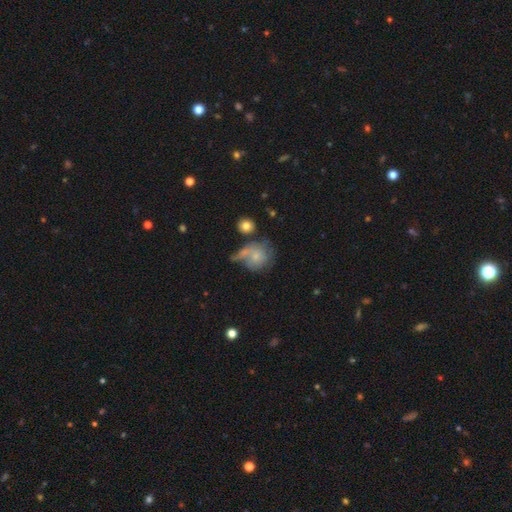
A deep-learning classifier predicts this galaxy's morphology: type=smooth (58%); roundness=round (74%); merging=none (31%).